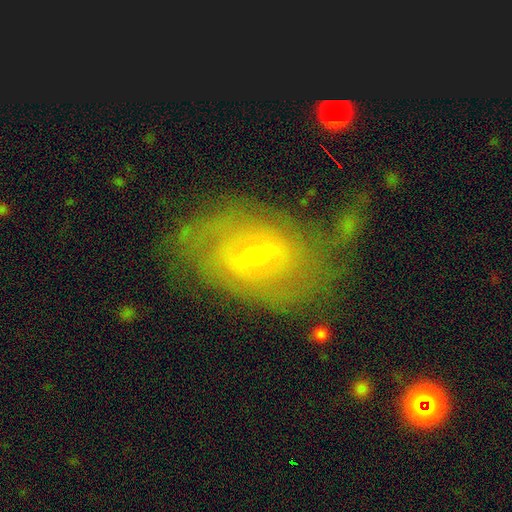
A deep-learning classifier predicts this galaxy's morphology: A featured or disk galaxy (73%) with a weak bar (54%), tight (50%) spiral arms (81%) and a small central bulge (66%).

Vote fractions:
- Smooth or featured? featured or disk: 73% / smooth: 18% / star or artifact: 9%
- Edge-on disk? no: 94% / yes: 6%
- Bar? weak: 54% / no: 30% / strong: 16%
- Spiral arms? yes: 81% / no: 19%
- Spiral winding? tight: 50% / medium: 35% / loose: 15%
- Spiral arm count? can't tell: 47% / 2: 34% / 3: 7% / 4: 4% / 1: 4% / more than 4: 3%
- Bulge size? small: 66% / moderate: 30% / large: 1% / none: 1% / dominant: 1%
- Merging? none: 59% / minor disturbance: 23% / major disturbance: 13% / merger: 5%